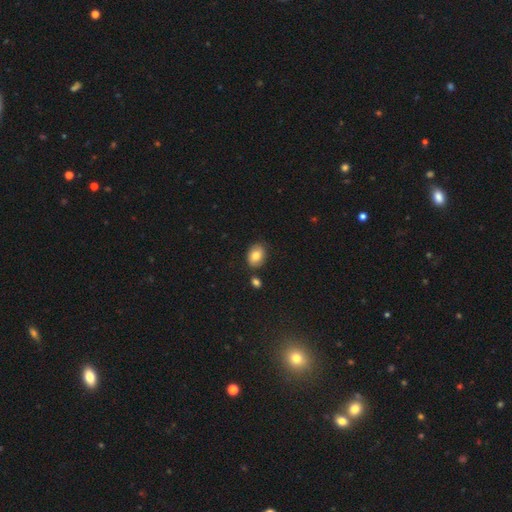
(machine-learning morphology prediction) Smooth or featured?
  - smooth: 82% *
  - featured or disk: 10%
  - star or artifact: 8%
How rounded?
  - in between: 71% *
  - round: 28%
  - cigar-shaped: 1%
Merging?
  - none: 79% *
  - minor disturbance: 12%
  - merger: 6%
  - major disturbance: 3%